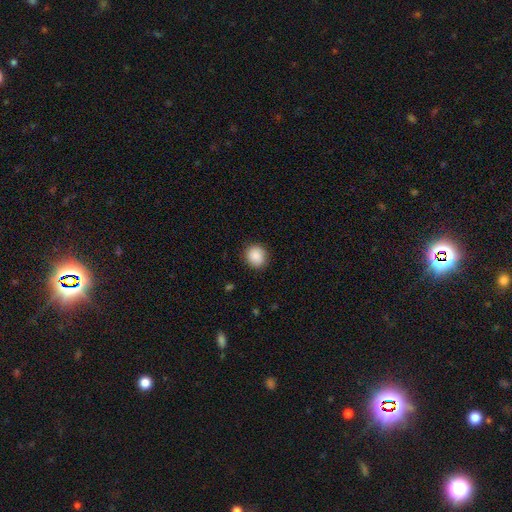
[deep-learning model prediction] This is clearly a smooth galaxy (89%). How rounded: clearly round (80%). Merging: clearly none (89%).